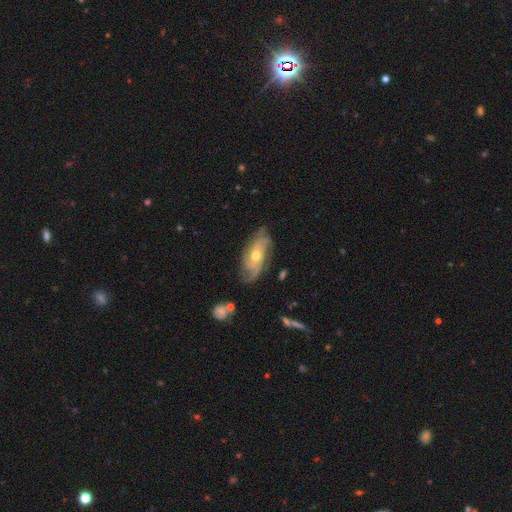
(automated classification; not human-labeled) A featured or disk galaxy (86%) with no bar (73%), 3 (31%) tight (56%) spiral arms (96%) and a moderate central bulge (65%).

Vote fractions:
- Smooth or featured? featured or disk: 86% / smooth: 9% / star or artifact: 5%
- Edge-on disk? no: 94% / yes: 6%
- Bar? no: 73% / weak: 21% / strong: 5%
- Spiral arms? yes: 96% / no: 4%
- Spiral winding? tight: 56% / medium: 34% / loose: 10%
- Spiral arm count? 3: 31% / can't tell: 24% / 2: 19% / 4: 16% / more than 4: 5% / 1: 5%
- Bulge size? moderate: 65% / small: 31% / large: 3% / none: 1% / dominant: 1%
- Merging? none: 74% / minor disturbance: 19% / major disturbance: 6% / merger: 2%